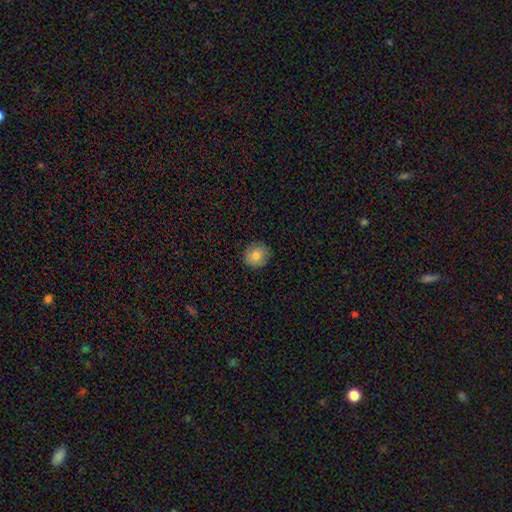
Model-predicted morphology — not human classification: The model was most divided on "smooth or featured": smooth: 78%, featured or disk: 13%, star or artifact: 9%. More confident: how rounded — round (90%); merging — none (85%).